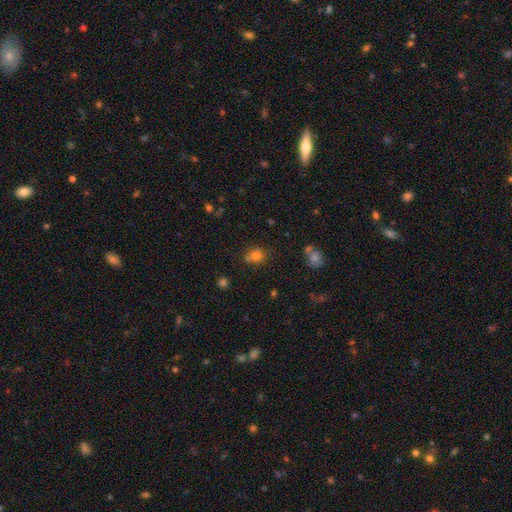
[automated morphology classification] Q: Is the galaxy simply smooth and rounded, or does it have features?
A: smooth — 75%.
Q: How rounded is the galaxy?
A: round — 55%.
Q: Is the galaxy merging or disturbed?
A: none — 60%.